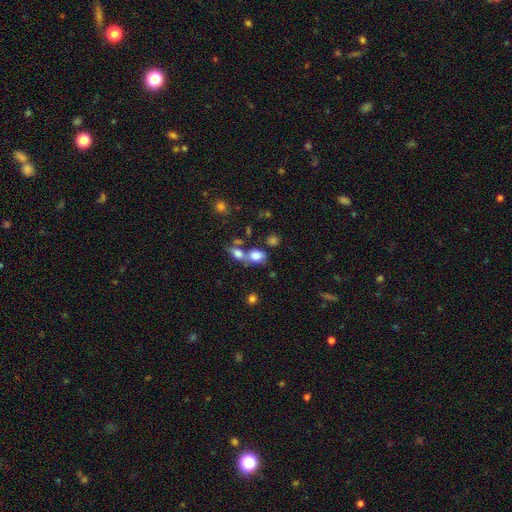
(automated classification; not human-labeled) Smooth or featured? Predicted: smooth (p=0.76). How rounded? Predicted: in between (p=0.71). Merging? Predicted: merger (p=0.49).